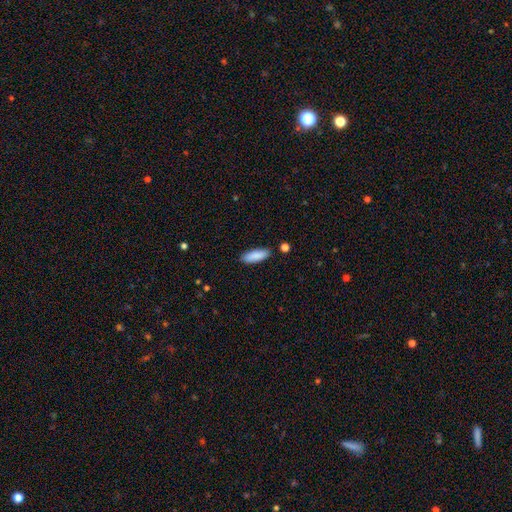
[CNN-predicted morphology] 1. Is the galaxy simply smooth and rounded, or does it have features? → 88% smooth, 6% star or artifact, 6% featured or disk.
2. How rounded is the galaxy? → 61% in between, 37% cigar-shaped, 2% round.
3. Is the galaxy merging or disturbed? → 86% none, 9% minor disturbance, 2% merger, 2% major disturbance.